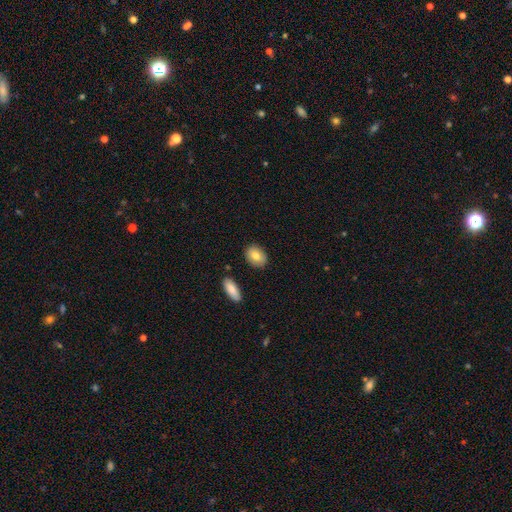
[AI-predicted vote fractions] A smooth galaxy with no disk features (80%) that is in between round and cigar-shaped (71%). Merging: none (85%).